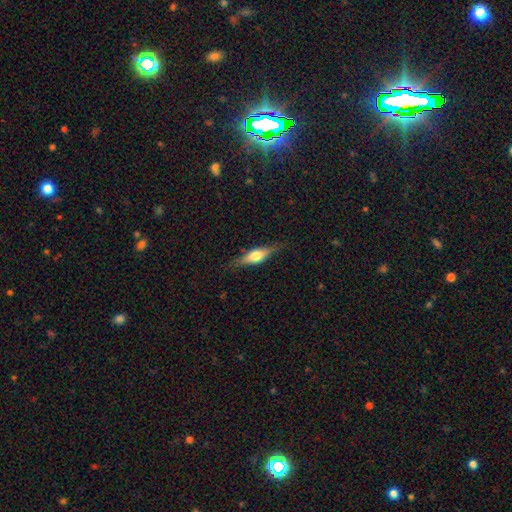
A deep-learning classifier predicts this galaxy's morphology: Q: Smooth or featured?
A: smooth (50%); runner-up: featured or disk (44%)
Q: Merging?
A: none (80%); runner-up: minor disturbance (15%)